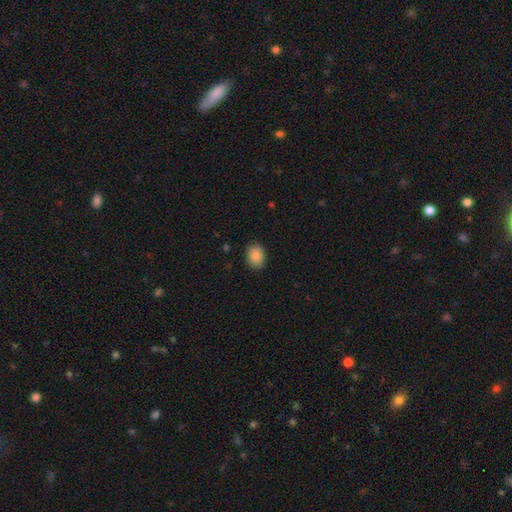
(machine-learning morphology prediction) The model was most divided on "how rounded": in between: 61%, round: 38%, cigar-shaped: 1%. More confident: smooth or featured — smooth (88%); merging — none (86%).